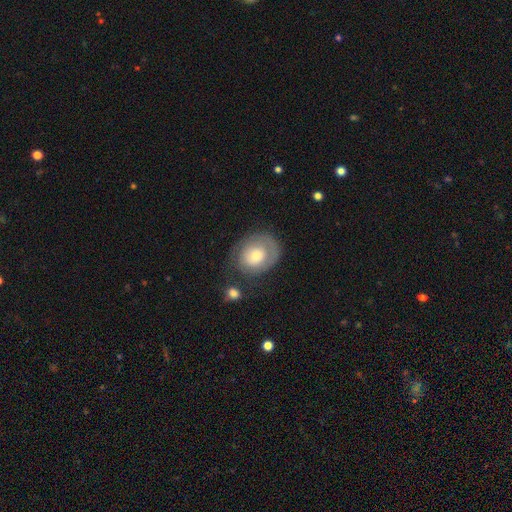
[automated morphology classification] smooth_or_featured: smooth (p=0.48) [alt: featured or disk p=0.45]
merging: none (p=0.63) [alt: minor disturbance p=0.20]